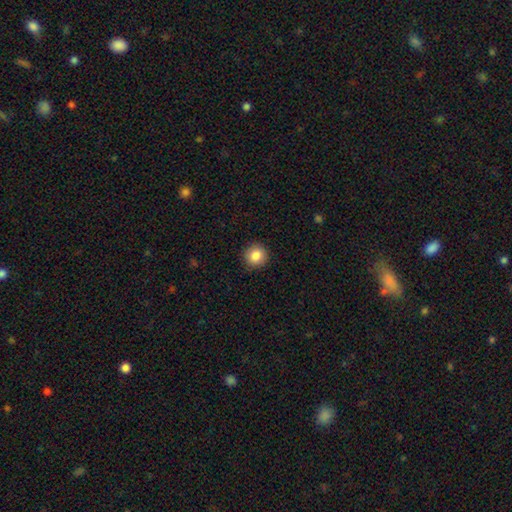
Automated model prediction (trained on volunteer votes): Overall: smooth (86%). How rounded: round (92%). Merging: none (91%).